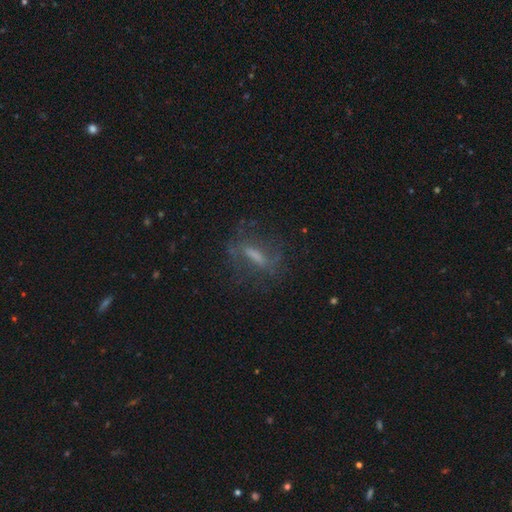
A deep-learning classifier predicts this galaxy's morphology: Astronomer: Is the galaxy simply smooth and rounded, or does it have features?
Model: featured or disk — 50% (runner-up: smooth, 35%).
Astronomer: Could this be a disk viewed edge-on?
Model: no — 73%.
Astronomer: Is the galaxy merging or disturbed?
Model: none — 66%.